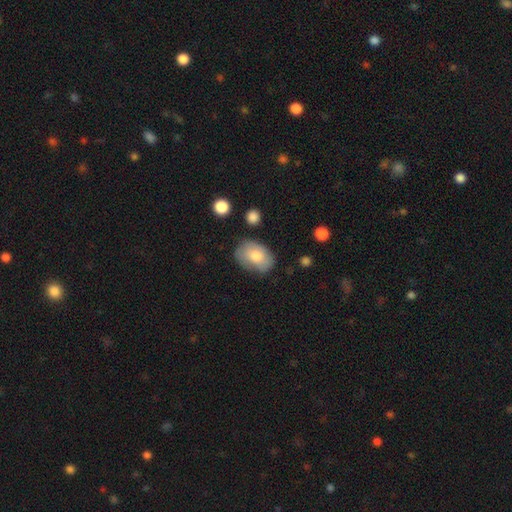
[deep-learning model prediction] Overall: smooth (74%). How rounded: in between (80%). Merging: none (69%).